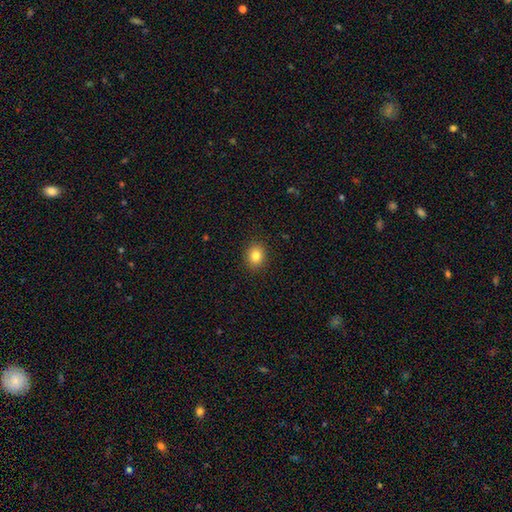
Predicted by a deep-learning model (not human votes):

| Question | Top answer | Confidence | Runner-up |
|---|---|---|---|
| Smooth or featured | smooth | 82% | star or artifact (11%) |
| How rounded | round | 62% | in between (38%) |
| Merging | none | 90% | minor disturbance (7%) |